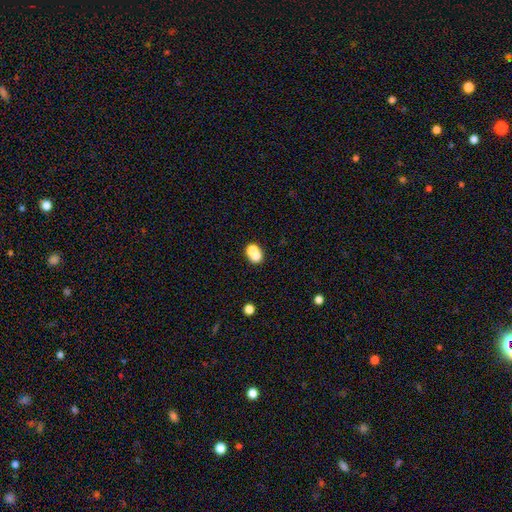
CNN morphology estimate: This appears to be a smooth galaxy with no disk features (70%) that is round (61%). Merging: merger (56%).